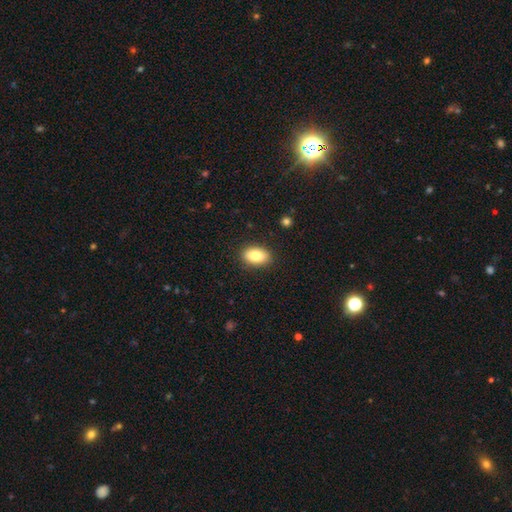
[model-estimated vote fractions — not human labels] smooth_or_featured: smooth (p=0.84) [alt: featured or disk p=0.08]
how_rounded: in between (p=0.88) [alt: round p=0.10]
merging: none (p=0.88) [alt: minor disturbance p=0.09]